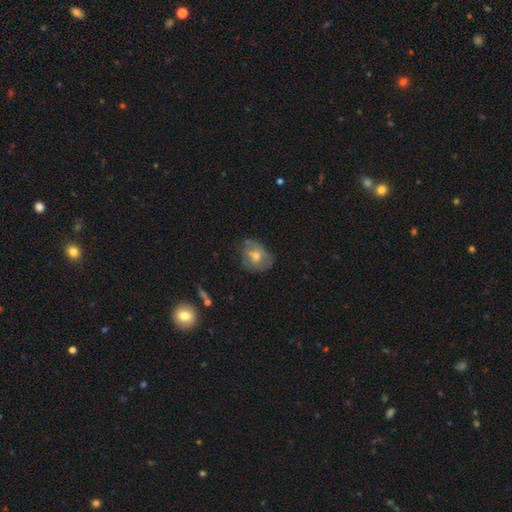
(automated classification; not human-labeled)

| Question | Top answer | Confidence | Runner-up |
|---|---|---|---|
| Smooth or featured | smooth | 45% | featured or disk (44%) |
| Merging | none | 58% | minor disturbance (28%) |